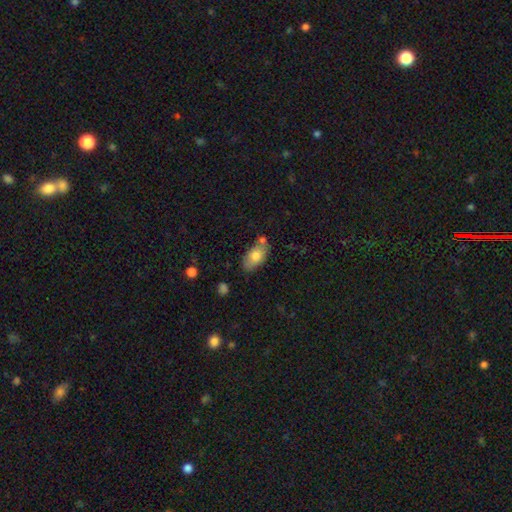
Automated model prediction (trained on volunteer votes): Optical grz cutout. It shows a smooth galaxy with no disk features (76%) that is in between round and cigar-shaped (92%). Merging: none (71%).